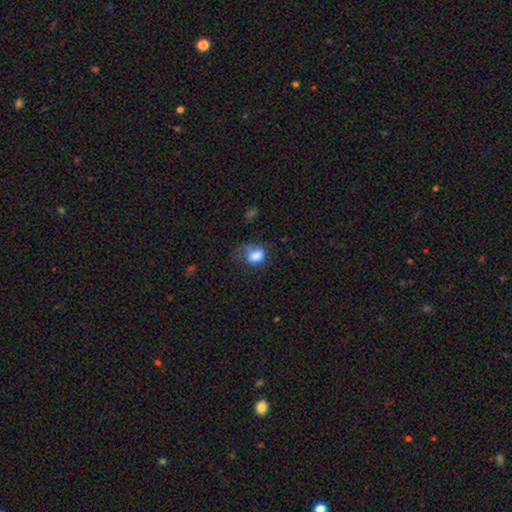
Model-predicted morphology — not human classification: smooth-or-featured: smooth: 83% | star or artifact: 9% | featured or disk: 8%
  how-rounded: in between: 51% | round: 48% | cigar-shaped: 1%
  merging: none: 39% | minor disturbance: 34% | major disturbance: 24% | merger: 4%